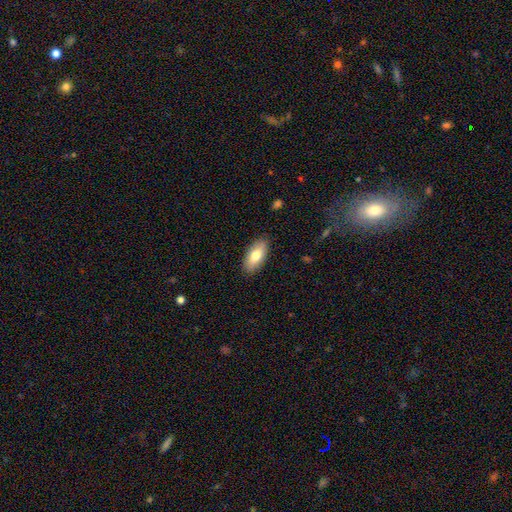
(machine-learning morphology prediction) Smooth or featured? Predicted: smooth (p=0.76). How rounded? Predicted: in between (p=0.90). Merging? Predicted: none (p=0.88).